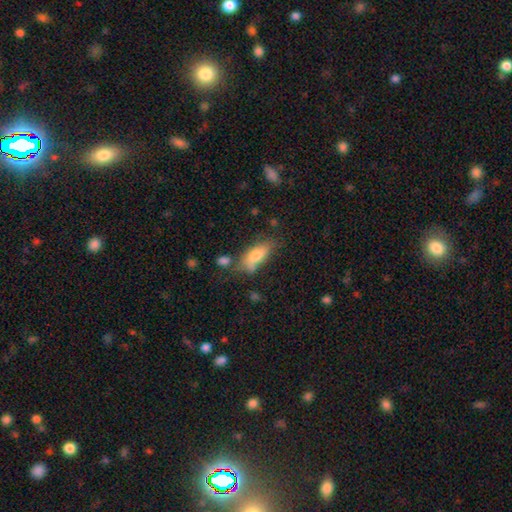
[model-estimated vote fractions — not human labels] The model was most divided on "merging": none: 46%, minor disturbance: 28%, major disturbance: 13%, merger: 12%. More confident: how rounded — in between (79%); smooth or featured — smooth (73%).